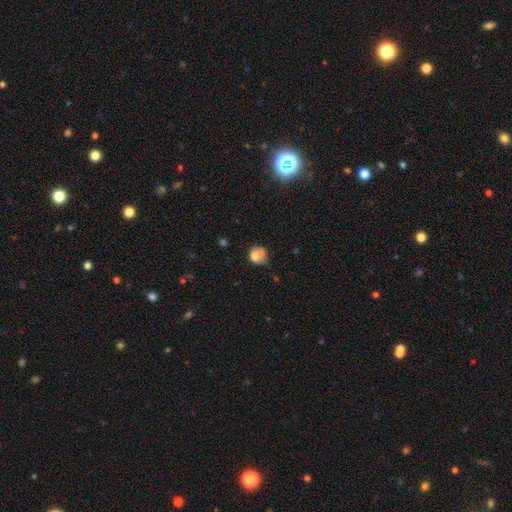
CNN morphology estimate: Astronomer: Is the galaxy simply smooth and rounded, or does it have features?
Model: smooth — 74%.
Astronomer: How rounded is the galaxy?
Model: round — 68%.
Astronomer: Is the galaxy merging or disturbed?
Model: none — 44% (runner-up: minor disturbance, 32%).